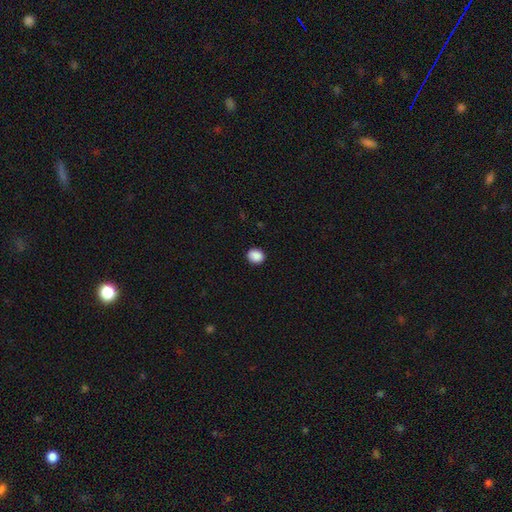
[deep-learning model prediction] The model was most divided on "how rounded": round: 60%, in between: 39%, cigar-shaped: 1%. More confident: merging — none (90%); smooth or featured — smooth (89%).